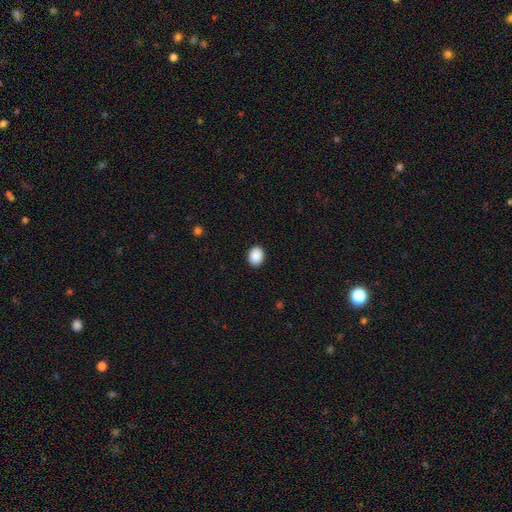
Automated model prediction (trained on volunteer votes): A smooth galaxy with no disk features (90%) that is in between round and cigar-shaped (54%).

Vote fractions:
- Smooth or featured? smooth: 90% / star or artifact: 7% / featured or disk: 2%
- How rounded? in between: 54% / round: 45% / cigar-shaped: 1%
- Merging? none: 91% / minor disturbance: 7% / major disturbance: 2% / merger: 1%